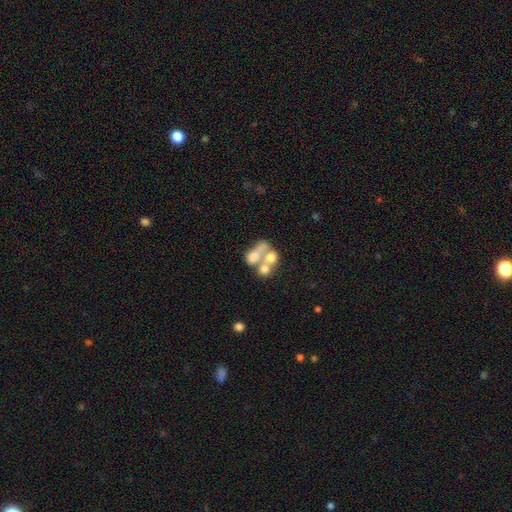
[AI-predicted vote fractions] Morphology: type=smooth (55%); roundness=in between (60%); merging=merger (62%).